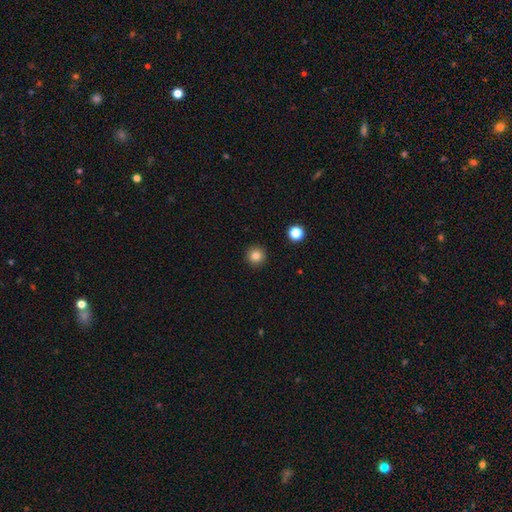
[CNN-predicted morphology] smooth 83%, star or artifact 11%, featured or disk 6%. Down the decision tree: how rounded — round (95%); merging — none (93%).